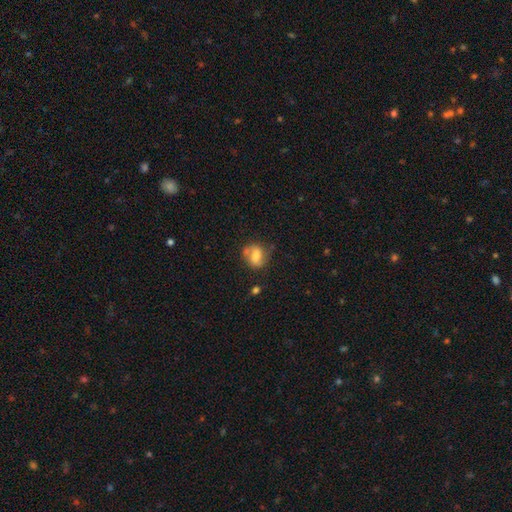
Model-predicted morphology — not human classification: Q: Smooth or featured?
A: smooth (60%); runner-up: featured or disk (31%)
Q: How rounded?
A: in between (52%); runner-up: round (46%)
Q: Merging?
A: none (52%); runner-up: minor disturbance (25%)